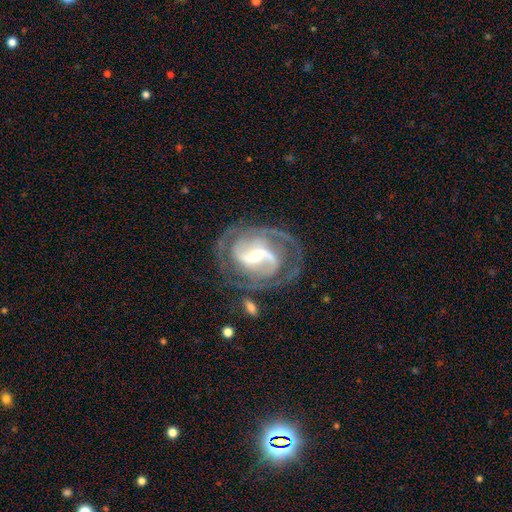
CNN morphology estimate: A featured or disk galaxy (90%) with a strong bar (49%), 2 (62%) medium (45%) spiral arms (96%) and a small central bulge (48%). Merging: none (69%).